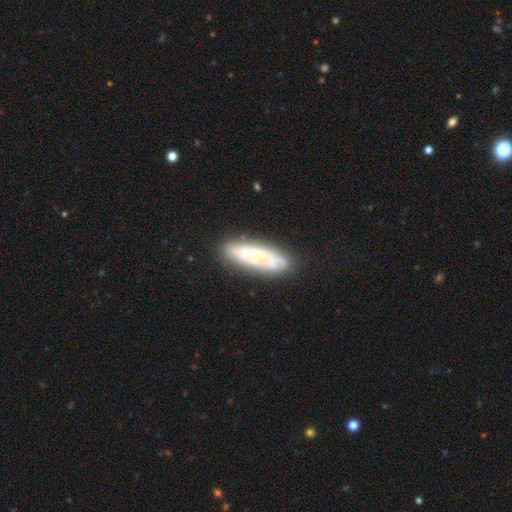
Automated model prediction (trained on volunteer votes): This is possibly a featured or disk galaxy (52%). It is likely not viewed edge-on (69%). Merging: likely none (73%).